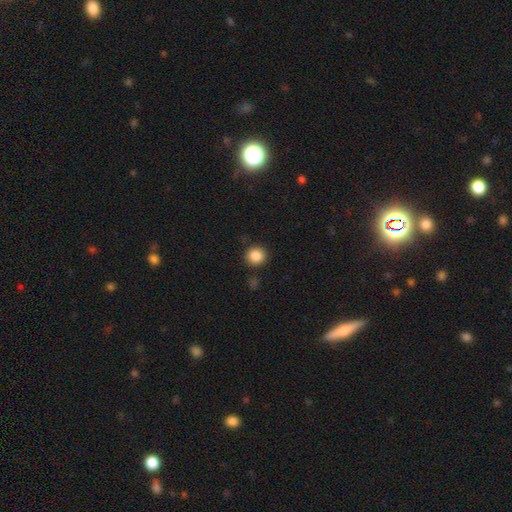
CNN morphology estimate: A smooth galaxy with no disk features (86%) that is round (89%).

Vote fractions:
- Smooth or featured? smooth: 86% / star or artifact: 10% / featured or disk: 4%
- How rounded? round: 89% / in between: 10% / cigar-shaped: 1%
- Merging? none: 87% / minor disturbance: 8% / major disturbance: 2% / merger: 2%